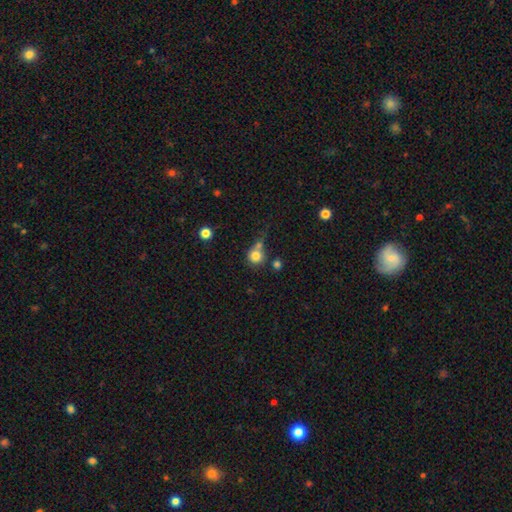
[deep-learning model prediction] smooth_or_featured: smooth (p=0.80) [alt: star or artifact p=0.11]
how_rounded: round (p=0.90) [alt: in between p=0.09]
merging: none (p=0.50) [alt: merger p=0.29]